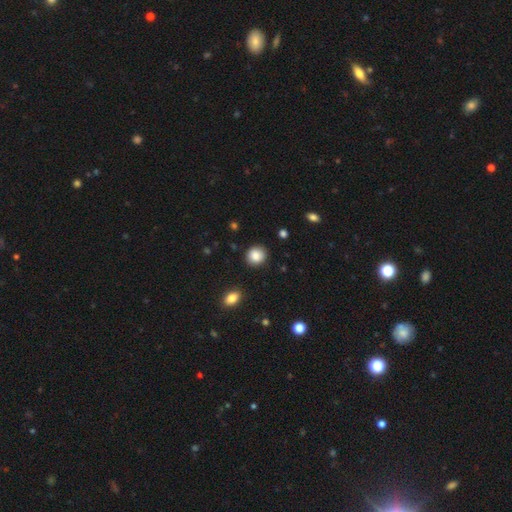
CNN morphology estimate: This is clearly a smooth galaxy (87%). How rounded: likely round (80%). Merging: clearly none (86%).